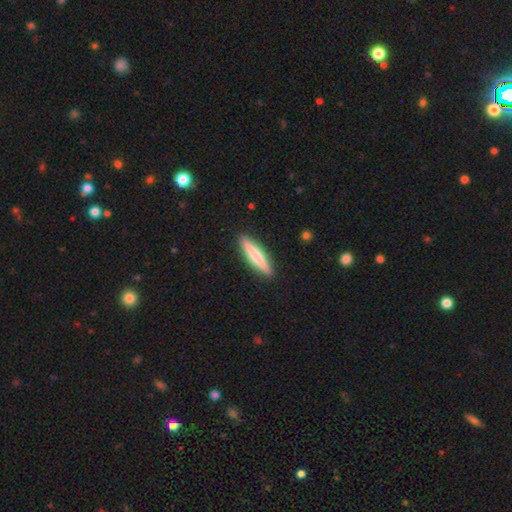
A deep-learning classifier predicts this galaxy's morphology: This appears to be a smooth galaxy with no disk features (55%) that is cigar-shaped (86%). Merging: none (91%).